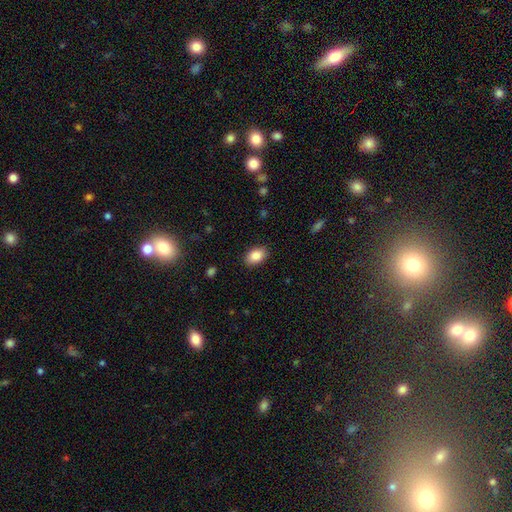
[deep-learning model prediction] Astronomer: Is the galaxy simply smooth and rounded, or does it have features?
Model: smooth — 87%.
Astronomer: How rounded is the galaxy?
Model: in between — 86%.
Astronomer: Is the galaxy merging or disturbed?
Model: none — 87%.